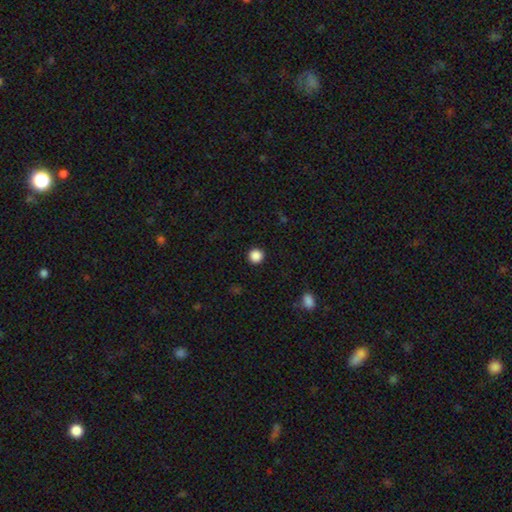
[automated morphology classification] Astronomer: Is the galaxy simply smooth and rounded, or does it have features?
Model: smooth — 87%.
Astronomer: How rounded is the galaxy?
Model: round — 95%.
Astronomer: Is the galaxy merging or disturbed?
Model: none — 92%.